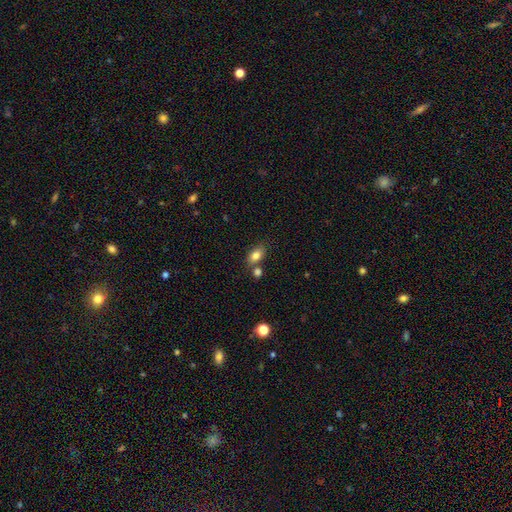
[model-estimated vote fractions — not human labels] A smooth galaxy with no disk features (81%) that is in between round and cigar-shaped (86%).

Vote fractions:
- Smooth or featured? smooth: 81% / featured or disk: 10% / star or artifact: 9%
- How rounded? in between: 86% / round: 11% / cigar-shaped: 3%
- Merging? none: 63% / merger: 20% / minor disturbance: 13% / major disturbance: 4%